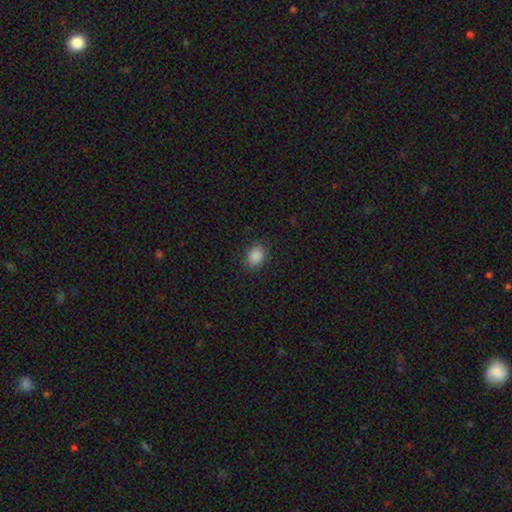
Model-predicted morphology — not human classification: smooth_or_featured: smooth (p=0.88) [alt: star or artifact p=0.09]
how_rounded: in between (p=0.62) [alt: round p=0.37]
merging: none (p=0.85) [alt: minor disturbance p=0.11]